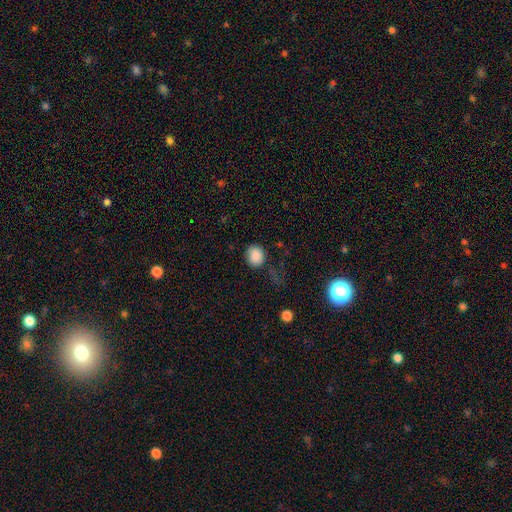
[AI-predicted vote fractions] The model was most divided on "how rounded": round: 68%, in between: 31%, cigar-shaped: 1%. More confident: smooth or featured — smooth (86%); merging — none (76%).